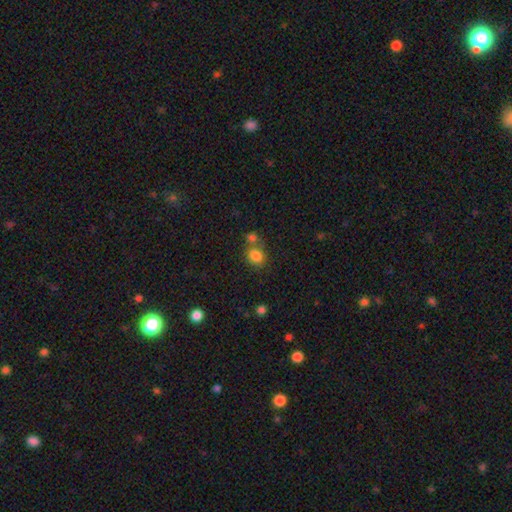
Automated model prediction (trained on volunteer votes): Morphology: type=smooth (82%); roundness=round (74%); merging=none (57%).